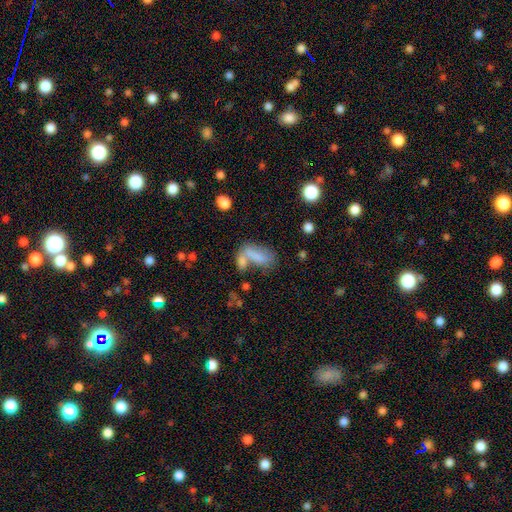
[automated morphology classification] A smooth galaxy with no disk features (72%) that is in between round and cigar-shaped (74%). Merging: merger (44%).